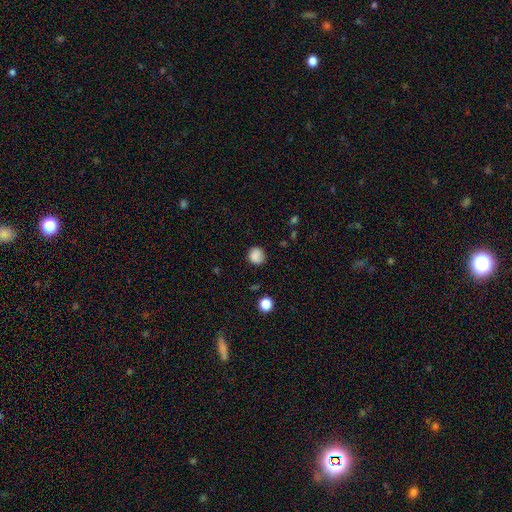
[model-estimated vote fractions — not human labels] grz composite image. It shows a smooth galaxy with no disk features (86%) that is round (88%). Merging: none (82%).